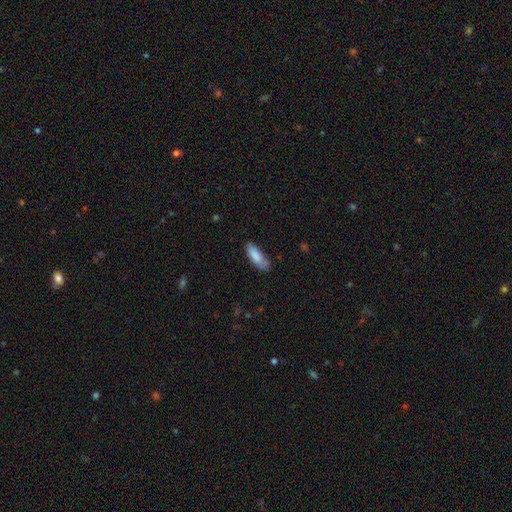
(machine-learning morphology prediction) Smooth or featured?
  - smooth: 84% *
  - featured or disk: 10%
  - star or artifact: 6%
How rounded?
  - in between: 65% *
  - cigar-shaped: 33%
  - round: 1%
Merging?
  - none: 66% *
  - minor disturbance: 26%
  - major disturbance: 5%
  - merger: 2%